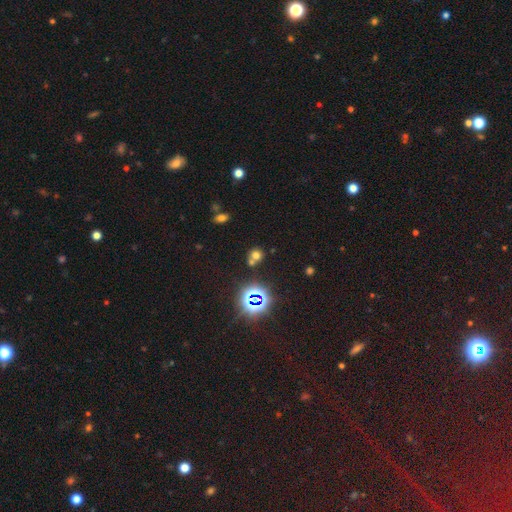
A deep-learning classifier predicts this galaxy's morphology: Overall: smooth (58%; star or artifact 32%). How rounded: round (80%). Merging: none (53%; merger 35%).